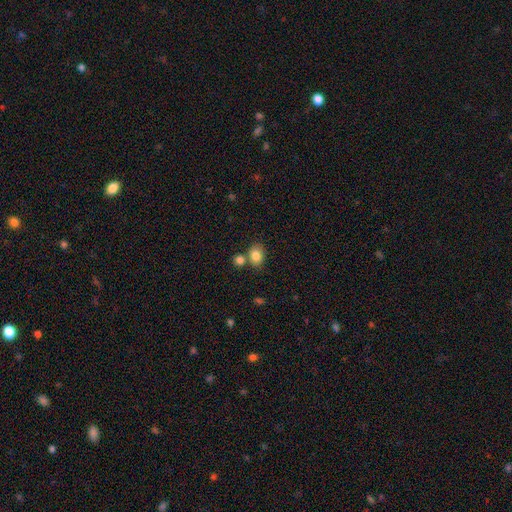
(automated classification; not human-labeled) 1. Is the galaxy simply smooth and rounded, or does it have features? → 82% smooth, 9% star or artifact, 8% featured or disk.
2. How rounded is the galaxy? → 62% in between, 37% round, 1% cigar-shaped.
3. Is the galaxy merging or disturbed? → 63% none, 22% merger, 12% minor disturbance, 3% major disturbance.